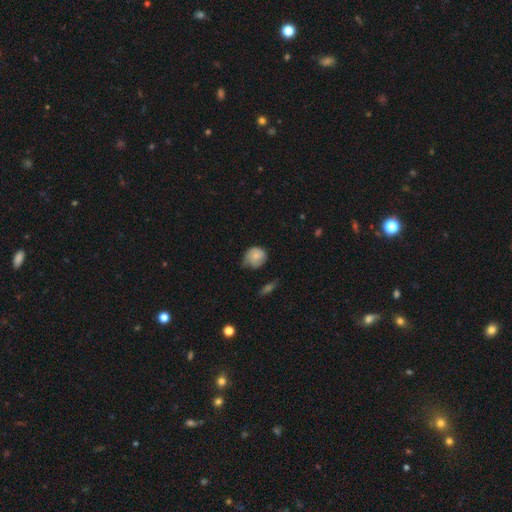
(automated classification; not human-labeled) Smooth or featured?
  - smooth: 73% *
  - featured or disk: 20%
  - star or artifact: 7%
How rounded?
  - round: 72% *
  - in between: 27%
  - cigar-shaped: 1%
Merging?
  - minor disturbance: 44% *
  - none: 43%
  - major disturbance: 12%
  - merger: 2%